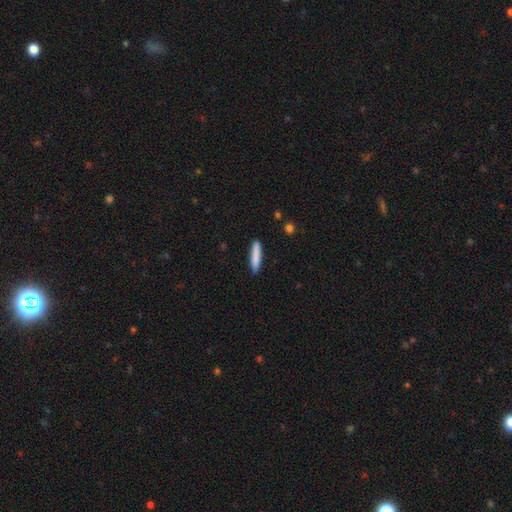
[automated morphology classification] The model was most divided on "smooth or featured": smooth: 84%, featured or disk: 10%, star or artifact: 6%. More confident: merging — none (90%); how rounded — cigar-shaped (89%).